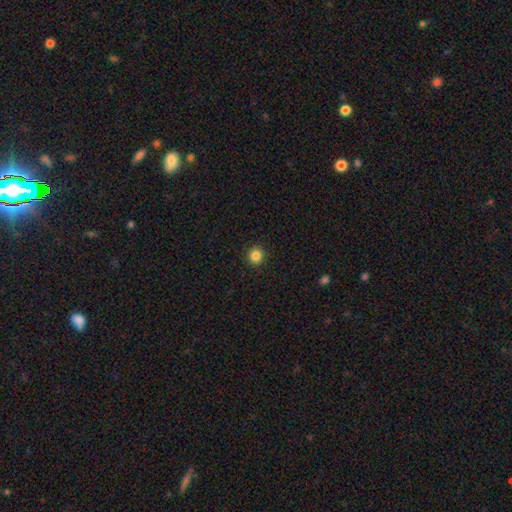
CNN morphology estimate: type=smooth (85%); roundness=round (94%); merging=none (93%).